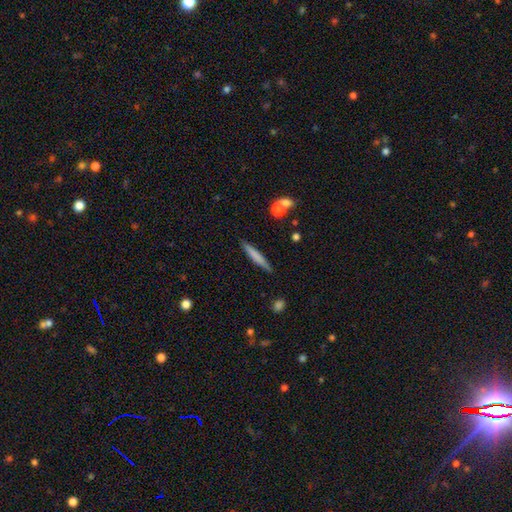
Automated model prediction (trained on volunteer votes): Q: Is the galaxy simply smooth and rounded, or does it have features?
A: smooth — 69%.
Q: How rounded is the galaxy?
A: cigar-shaped — 94%.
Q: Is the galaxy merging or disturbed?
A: none — 87%.